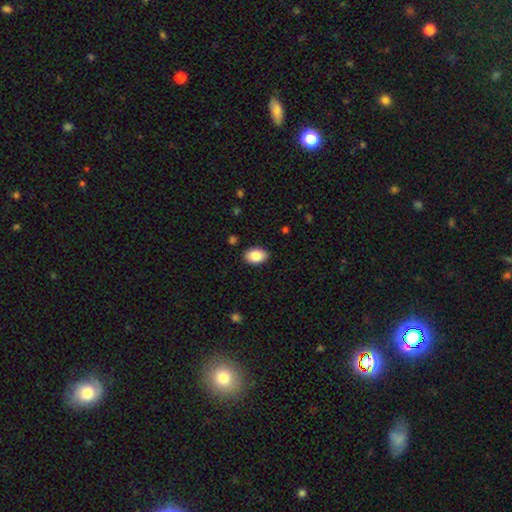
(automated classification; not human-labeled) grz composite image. It shows a smooth galaxy with no disk features (86%) that is in between round and cigar-shaped (88%). Merging: none (89%).